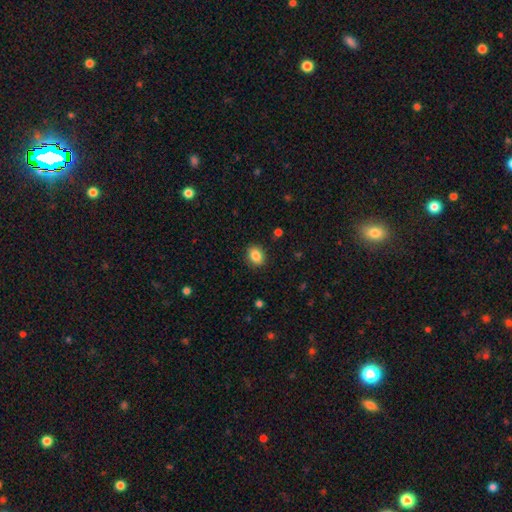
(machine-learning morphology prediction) This appears to be a smooth galaxy with no disk features (85%) that is in between round and cigar-shaped (55%). Merging: none (89%).